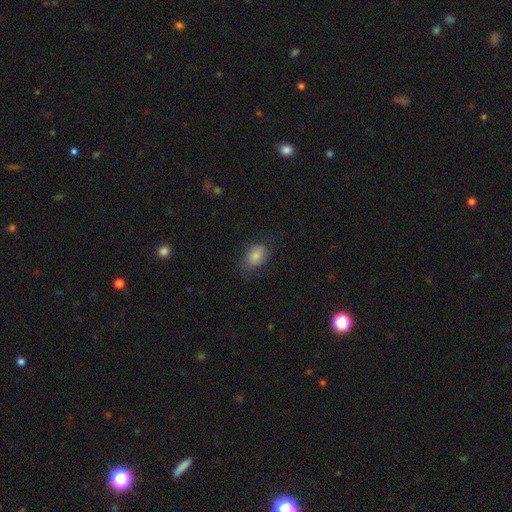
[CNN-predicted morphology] The model was most divided on "merging": none: 66%, minor disturbance: 24%, major disturbance: 9%, merger: 1%. More confident: smooth or featured — smooth (83%); how rounded — in between (83%).